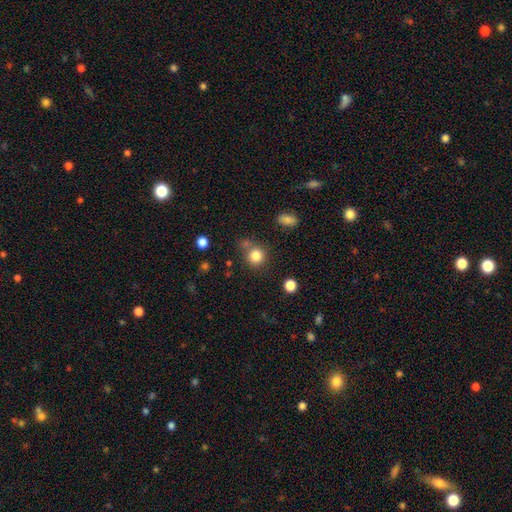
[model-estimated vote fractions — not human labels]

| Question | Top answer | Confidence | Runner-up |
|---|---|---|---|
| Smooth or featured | smooth | 82% | star or artifact (12%) |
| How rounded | round | 89% | in between (10%) |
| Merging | none | 70% | merger (15%) |